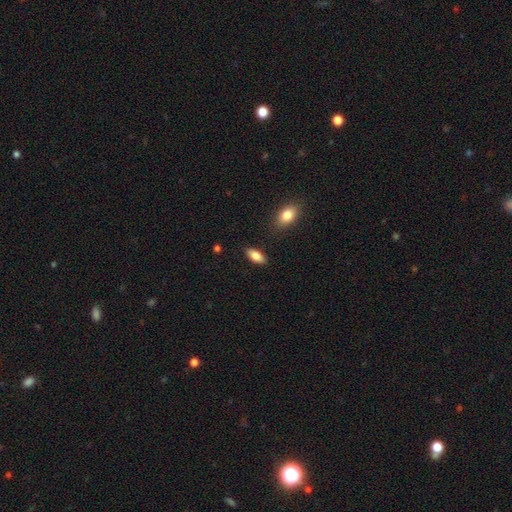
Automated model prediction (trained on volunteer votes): Smooth or featured? Predicted: smooth (p=0.85). How rounded? Predicted: in between (p=0.90). Merging? Predicted: none (p=0.86).